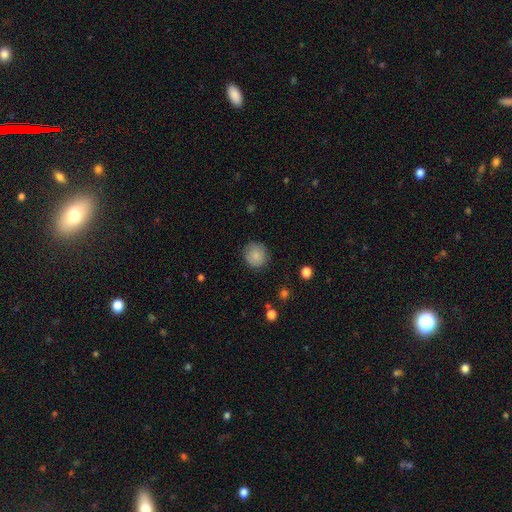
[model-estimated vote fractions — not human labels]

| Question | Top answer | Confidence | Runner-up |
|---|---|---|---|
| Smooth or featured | smooth | 83% | featured or disk (9%) |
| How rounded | round | 91% | in between (8%) |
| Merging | none | 84% | minor disturbance (12%) |